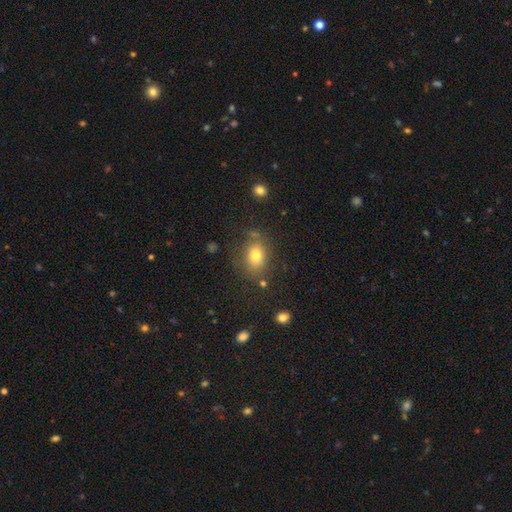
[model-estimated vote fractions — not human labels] The model was most divided on "how rounded": in between: 57%, round: 41%, cigar-shaped: 1%. More confident: smooth or featured — smooth (76%); merging — none (73%).